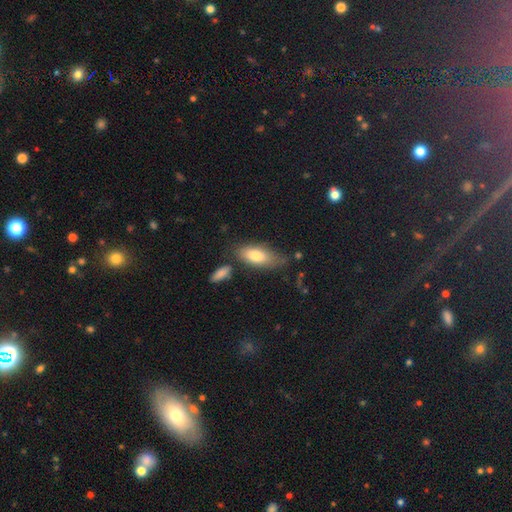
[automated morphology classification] Q: Smooth or featured?
A: smooth (77%); runner-up: featured or disk (16%)
Q: How rounded?
A: in between (82%); runner-up: cigar-shaped (15%)
Q: Merging?
A: none (61%); runner-up: minor disturbance (23%)